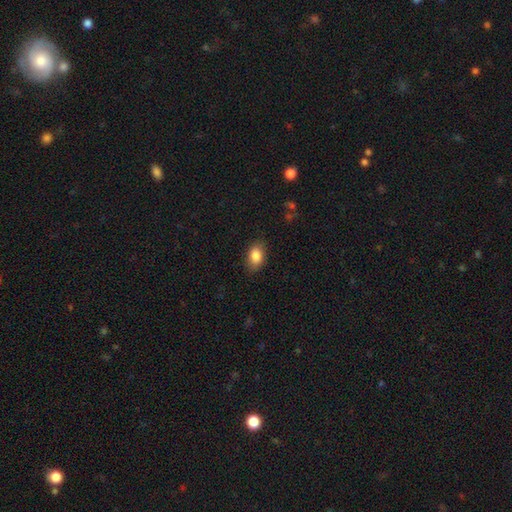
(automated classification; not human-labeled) Q: Smooth or featured?
A: smooth (86%); runner-up: star or artifact (8%)
Q: How rounded?
A: in between (87%); runner-up: round (12%)
Q: Merging?
A: none (84%); runner-up: minor disturbance (12%)